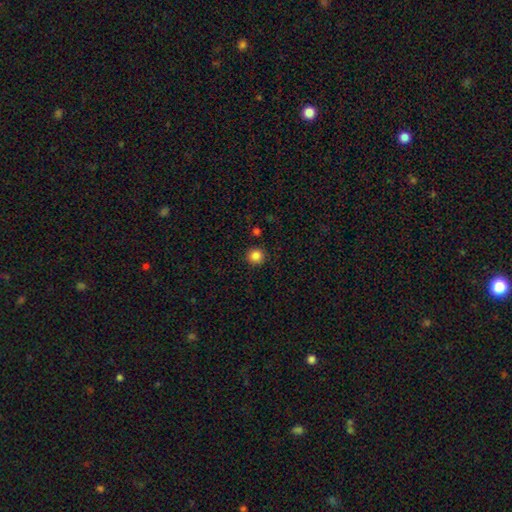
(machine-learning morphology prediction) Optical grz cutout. It shows a smooth galaxy with no disk features (86%) that is round (94%). Merging: none (90%).